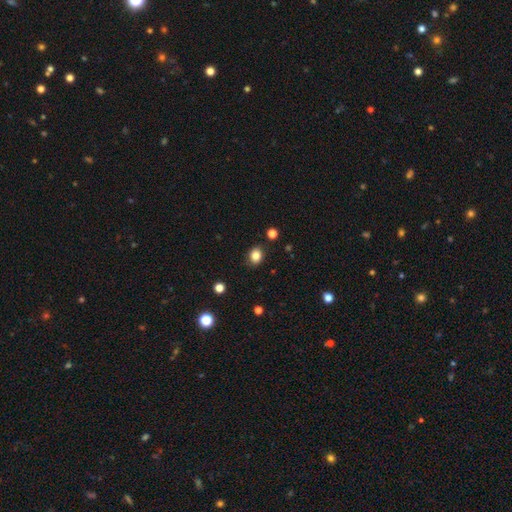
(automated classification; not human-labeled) A smooth galaxy with no disk features (84%) that is round (59%). Merging: none (84%).